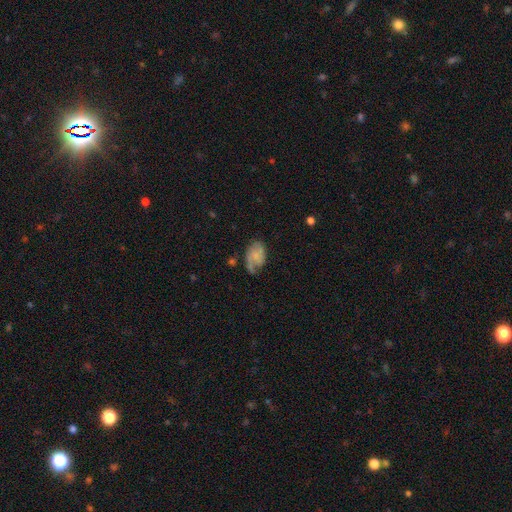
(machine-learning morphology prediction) Smooth or featured: featured or disk — 58% (smooth — 33%)
Edge-on disk: no — 97% (yes — 3%)
Bar: no — 67% (weak — 28%)
Spiral arms: yes — 87% (no — 13%)
Bulge size: none — 48% (small — 36%)
Merging: none — 51% (minor disturbance — 28%)